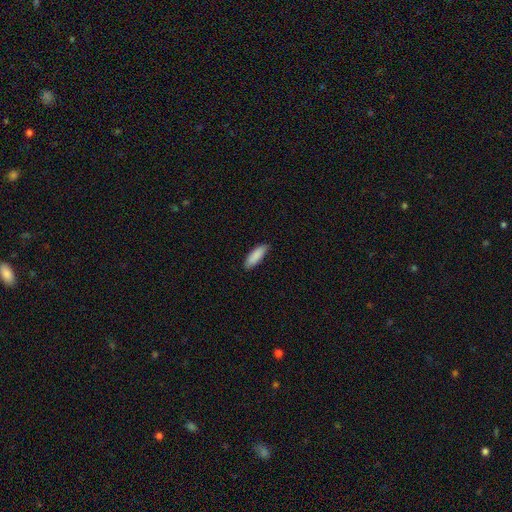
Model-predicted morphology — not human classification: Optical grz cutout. It shows a smooth galaxy with no disk features (89%) that is in between round and cigar-shaped (54%). Merging: none (83%).